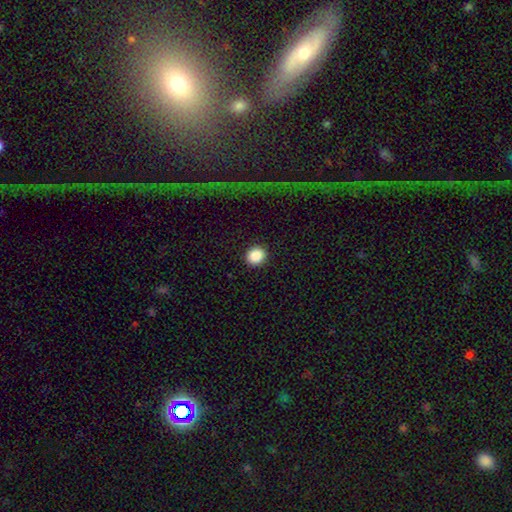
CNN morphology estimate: Q: Smooth or featured?
A: smooth (88%); runner-up: star or artifact (9%)
Q: How rounded?
A: round (84%); runner-up: in between (15%)
Q: Merging?
A: none (92%); runner-up: minor disturbance (6%)